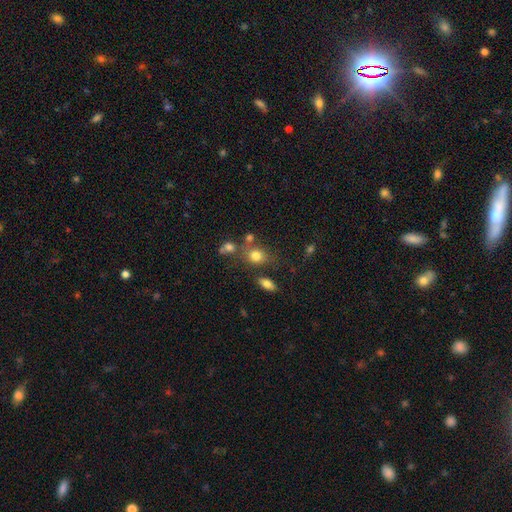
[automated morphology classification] Overall: smooth (76%). How rounded: round (62%; in between 37%). Merging: none (60%).